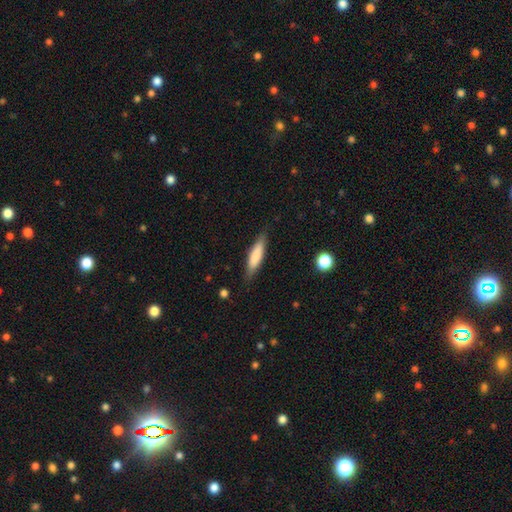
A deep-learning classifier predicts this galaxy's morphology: The model was most divided on "how rounded": cigar-shaped: 74%, in between: 25%, round: 2%. More confident: merging — none (82%); smooth or featured — smooth (75%).